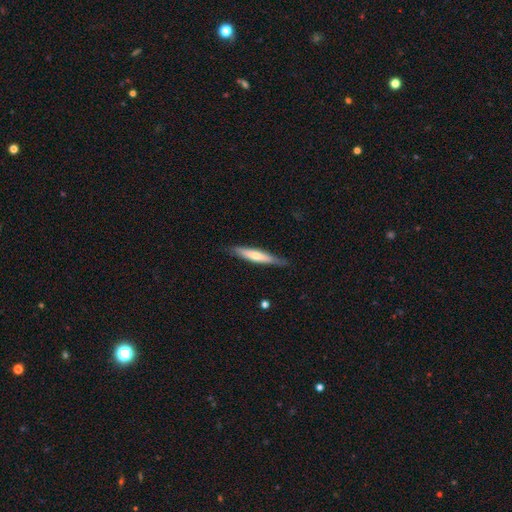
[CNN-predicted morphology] This appears to be a smooth galaxy with no disk features (55%) that is cigar-shaped (90%). Merging: none (83%).